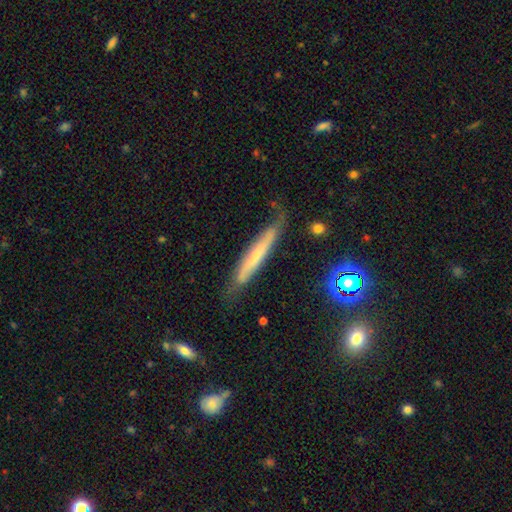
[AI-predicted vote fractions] Smooth or featured?
  - featured or disk: 51% *
  - smooth: 41%
  - star or artifact: 8%
Edge-on disk?
  - yes: 80% *
  - no: 20%
Merging?
  - none: 67% *
  - minor disturbance: 24%
  - major disturbance: 7%
  - merger: 2%